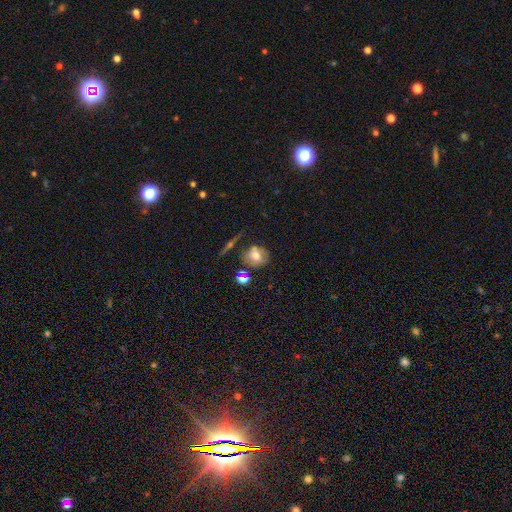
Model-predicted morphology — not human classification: A smooth galaxy with no disk features (60%) that is round (70%). Merging: none (61%).